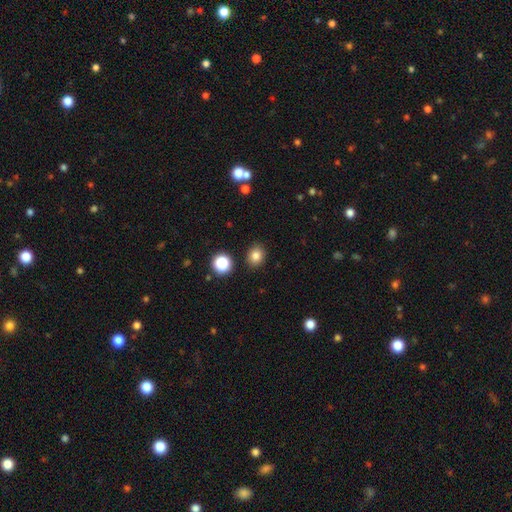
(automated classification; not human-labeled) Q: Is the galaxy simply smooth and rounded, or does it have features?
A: smooth — 81%.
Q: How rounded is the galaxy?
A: round — 64%.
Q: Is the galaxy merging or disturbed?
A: none — 88%.